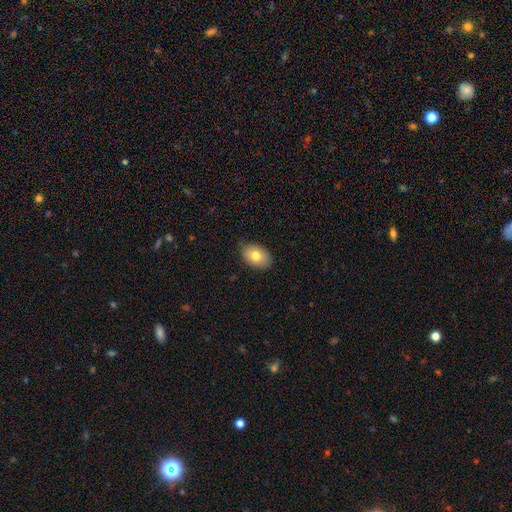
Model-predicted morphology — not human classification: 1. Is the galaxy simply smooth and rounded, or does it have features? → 78% smooth, 14% featured or disk, 8% star or artifact.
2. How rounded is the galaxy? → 85% in between, 14% round, 1% cigar-shaped.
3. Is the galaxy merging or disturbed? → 86% none, 11% minor disturbance, 2% major disturbance, 1% merger.